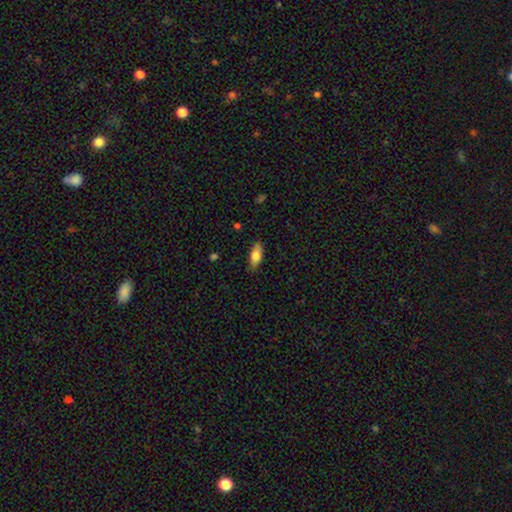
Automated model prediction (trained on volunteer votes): Smooth or featured? Predicted: smooth (p=0.73). How rounded? Predicted: in between (p=0.79). Merging? Predicted: none (p=0.84).